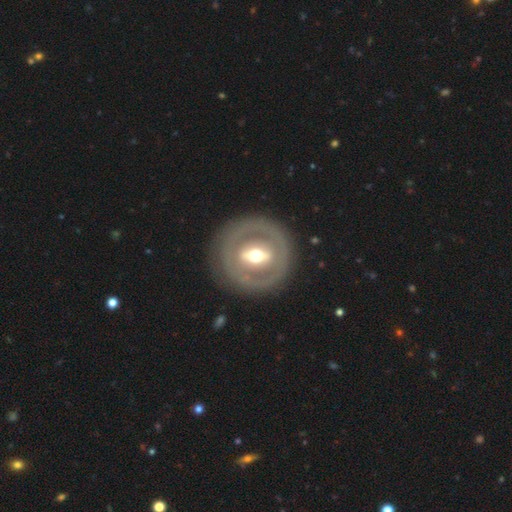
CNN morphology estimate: type=featured or disk (69%); edge-on=no (90%); bar=strong (53%); spiral arms=no (81%); bulge=moderate (67%); merging=none (84%).